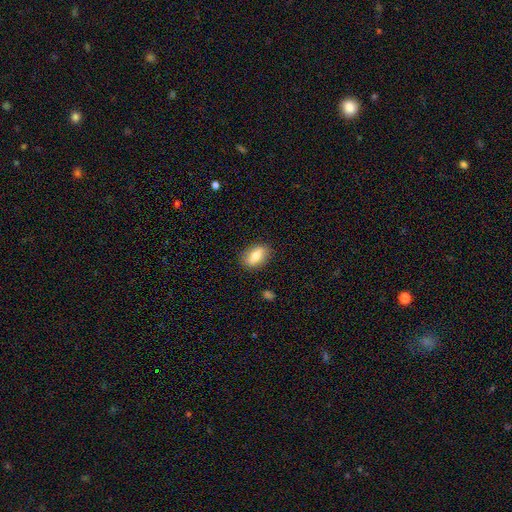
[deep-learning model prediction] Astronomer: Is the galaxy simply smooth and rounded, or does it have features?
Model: smooth — 71%.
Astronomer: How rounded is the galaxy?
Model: in between — 84%.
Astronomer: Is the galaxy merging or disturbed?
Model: none — 85%.